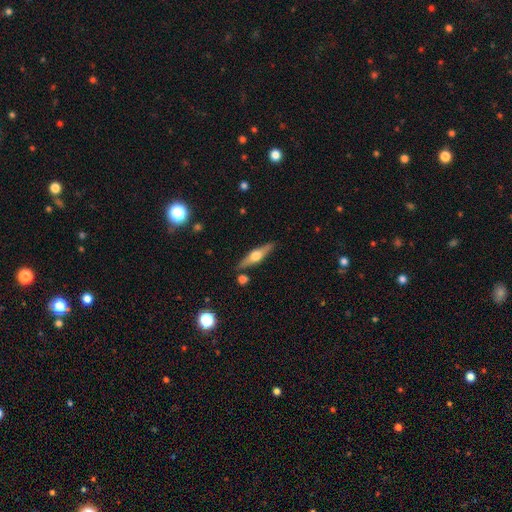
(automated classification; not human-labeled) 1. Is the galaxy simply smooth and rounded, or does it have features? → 63% featured or disk, 31% smooth, 6% star or artifact.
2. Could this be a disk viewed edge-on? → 95% yes, 5% no.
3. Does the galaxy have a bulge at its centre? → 94% rounded, 4% boxy, 2% none.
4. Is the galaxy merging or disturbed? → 85% none, 9% minor disturbance, 4% merger, 2% major disturbance.